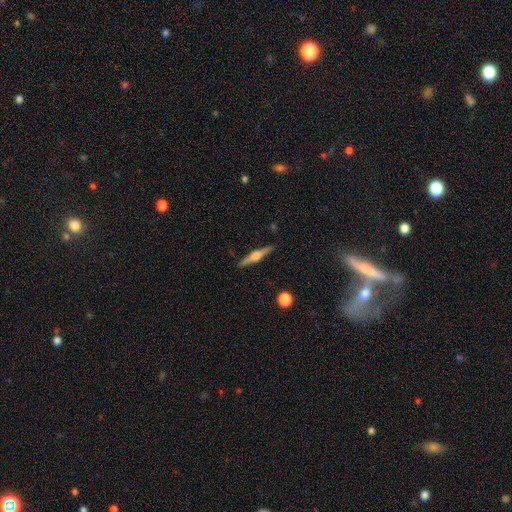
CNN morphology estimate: A featured or disk galaxy (77%) viewed edge-on (98%) with a rounded central bulge (89%).

Vote fractions:
- Smooth or featured? featured or disk: 77% / smooth: 17% / star or artifact: 6%
- Edge-on disk? yes: 98% / no: 2%
- Edge-on bulge? rounded: 89% / boxy: 8% / none: 3%
- Merging? none: 91% / minor disturbance: 6% / major disturbance: 2% / merger: 1%